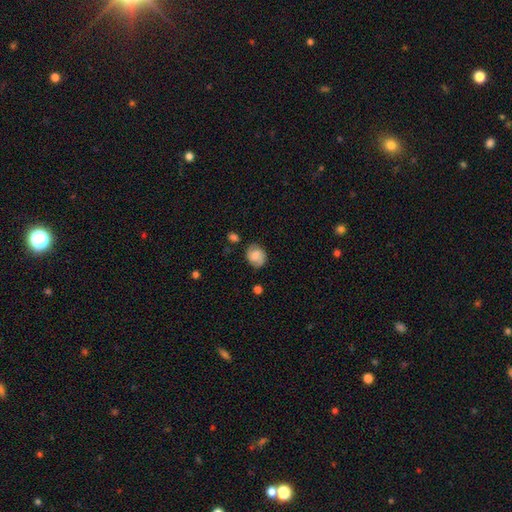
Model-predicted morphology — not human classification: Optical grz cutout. It shows a smooth galaxy with no disk features (54%) that is round (53%). Merging: none (73%).